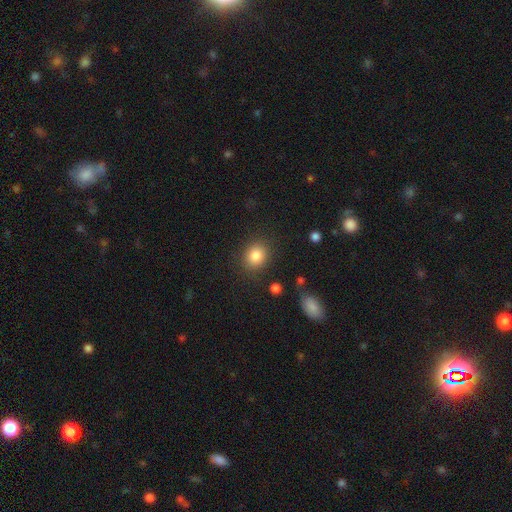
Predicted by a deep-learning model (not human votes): A smooth galaxy with no disk features (84%) that is round (70%).

Vote fractions:
- Smooth or featured? smooth: 84% / star or artifact: 10% / featured or disk: 6%
- How rounded? round: 70% / in between: 29% / cigar-shaped: 1%
- Merging? none: 84% / minor disturbance: 10% / major disturbance: 4% / merger: 2%